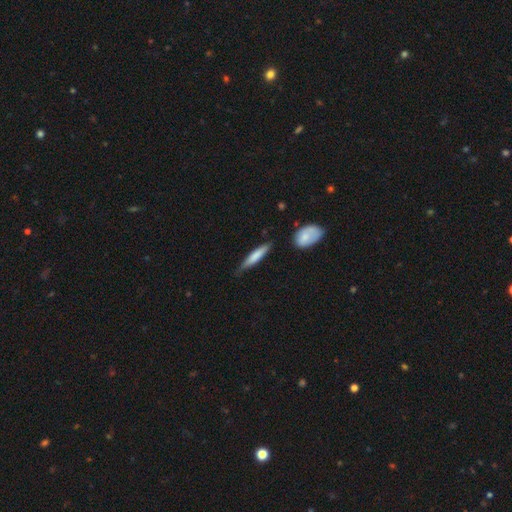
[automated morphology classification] type=smooth (72%); roundness=cigar-shaped (85%); merging=none (69%).